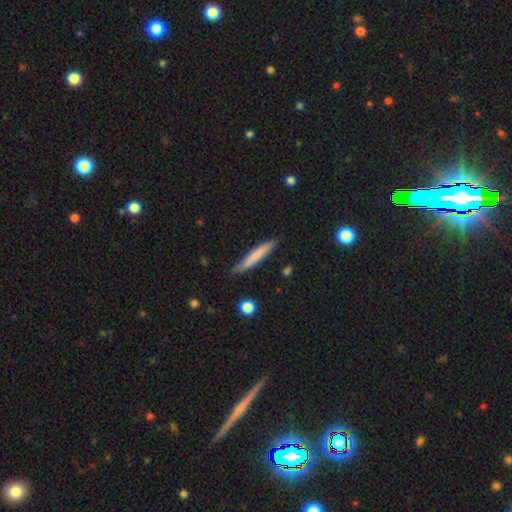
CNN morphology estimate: A smooth galaxy with no disk features (71%) that is cigar-shaped (94%). Merging: none (84%).